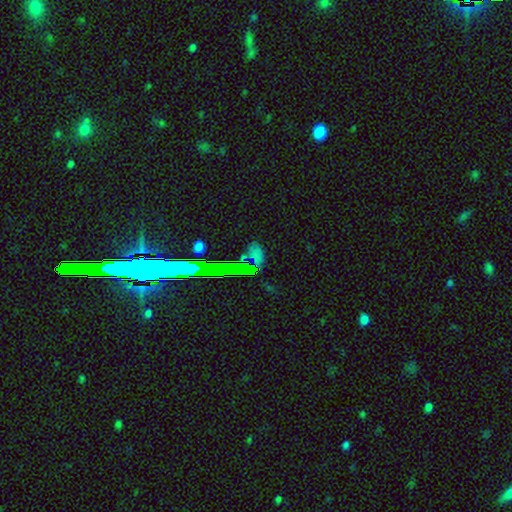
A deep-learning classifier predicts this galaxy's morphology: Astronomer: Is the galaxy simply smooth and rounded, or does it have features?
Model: smooth — 49% (runner-up: star or artifact, 38%).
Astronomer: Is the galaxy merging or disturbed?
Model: none — 75%.